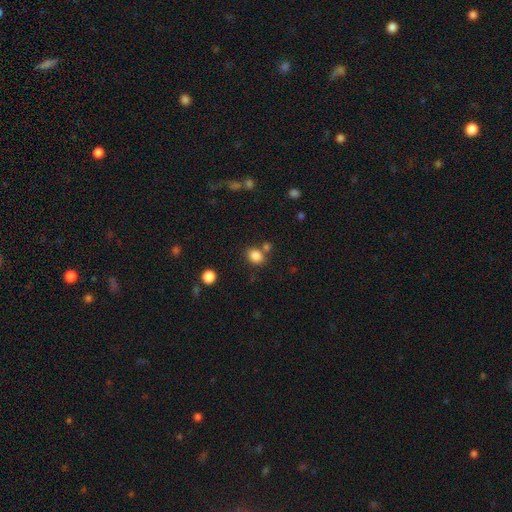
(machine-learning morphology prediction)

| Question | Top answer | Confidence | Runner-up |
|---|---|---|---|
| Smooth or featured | smooth | 84% | star or artifact (11%) |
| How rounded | round | 57% | in between (42%) |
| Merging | none | 69% | merger (16%) |